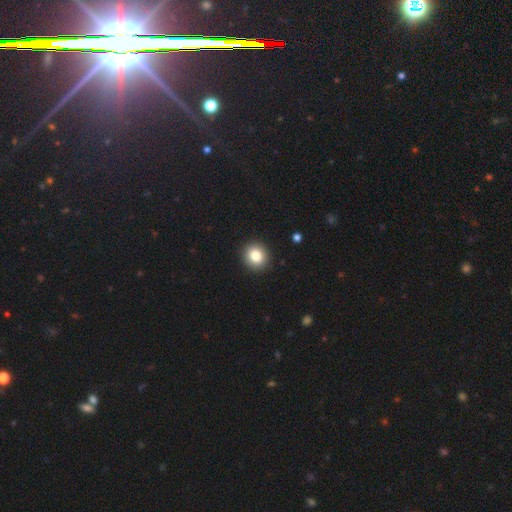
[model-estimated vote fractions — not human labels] Smooth or featured?
  - smooth: 84% *
  - star or artifact: 10%
  - featured or disk: 7%
How rounded?
  - round: 87% *
  - in between: 12%
  - cigar-shaped: 1%
Merging?
  - none: 92% *
  - minor disturbance: 5%
  - major disturbance: 2%
  - merger: 1%